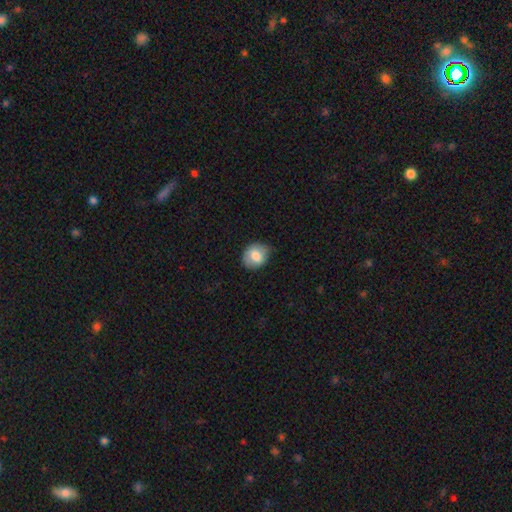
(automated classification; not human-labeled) smooth 78%, featured or disk 15%, star or artifact 8%. Down the decision tree: how rounded — round (63%); merging — none (70%).